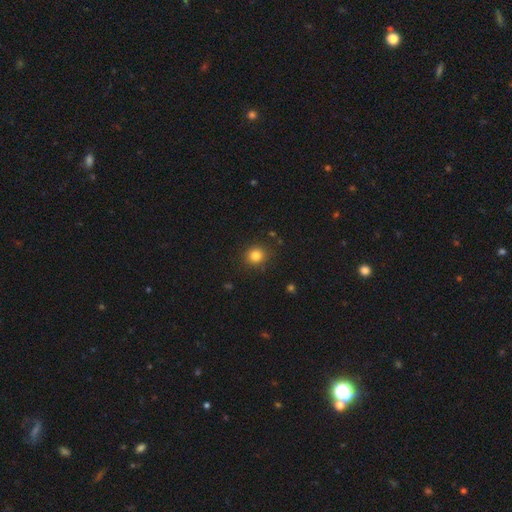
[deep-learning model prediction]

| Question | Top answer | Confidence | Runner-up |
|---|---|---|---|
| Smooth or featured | smooth | 83% | star or artifact (12%) |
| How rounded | round | 86% | in between (13%) |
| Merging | none | 88% | minor disturbance (8%) |